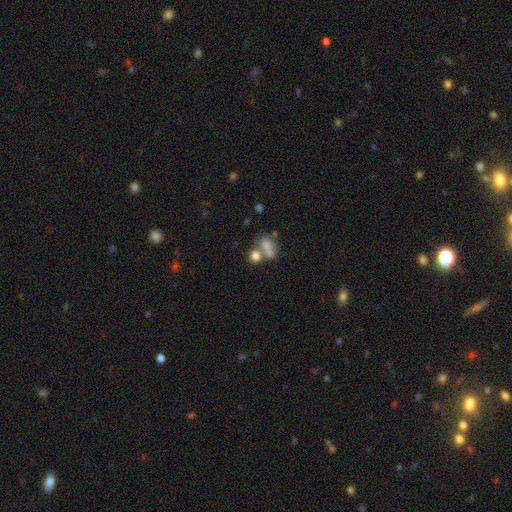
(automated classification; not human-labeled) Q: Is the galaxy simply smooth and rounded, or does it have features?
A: smooth — 74%.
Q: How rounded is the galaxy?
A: in between — 56%.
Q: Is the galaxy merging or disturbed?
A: merger — 50%.